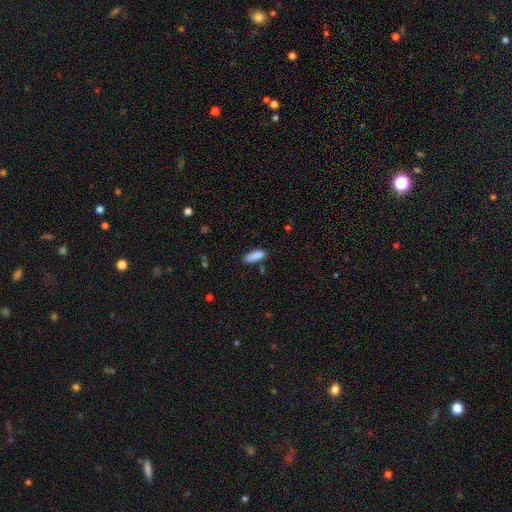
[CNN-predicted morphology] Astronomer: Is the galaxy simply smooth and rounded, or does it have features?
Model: smooth — 89%.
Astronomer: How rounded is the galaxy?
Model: in between — 62%.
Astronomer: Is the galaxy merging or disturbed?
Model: none — 79%.